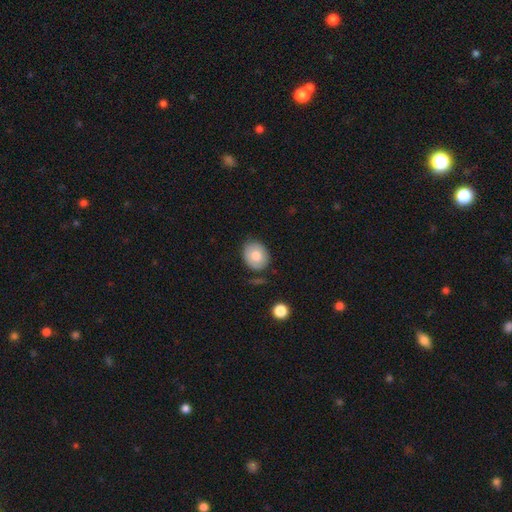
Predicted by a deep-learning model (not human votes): Overall: smooth (75%). How rounded: round (59%; in between 40%). Merging: none (79%).